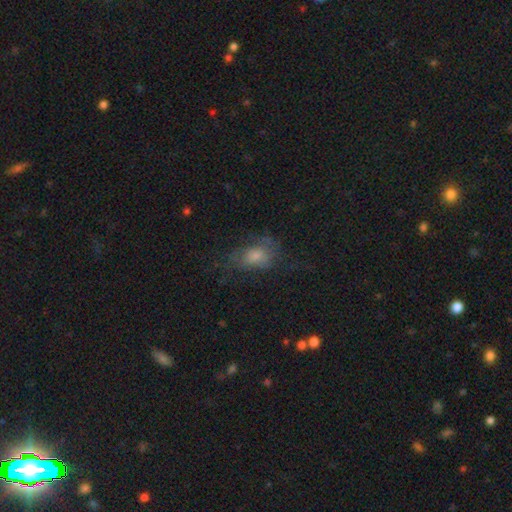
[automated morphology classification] Smooth or featured? smooth (52%)
How rounded? in between (78%)
Merging? none (49%)